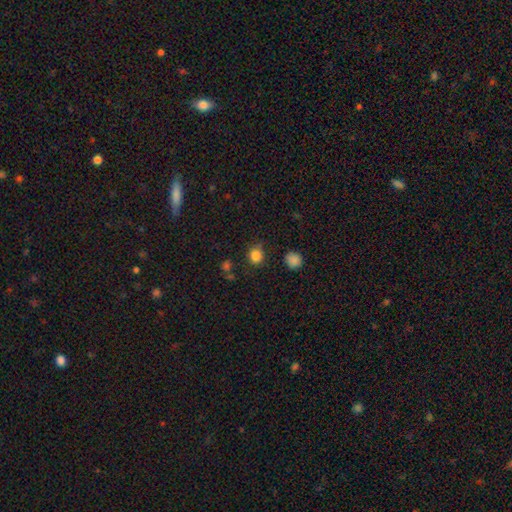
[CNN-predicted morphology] The model was most divided on "how rounded": round: 82%, in between: 17%, cigar-shaped: 1%. More confident: smooth or featured — smooth (83%); merging — none (81%).